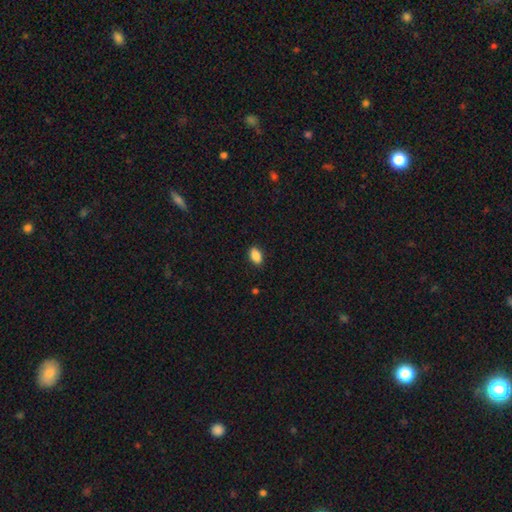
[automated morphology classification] This is clearly a smooth galaxy (88%). How rounded: clearly in between (88%). Merging: clearly none (88%).